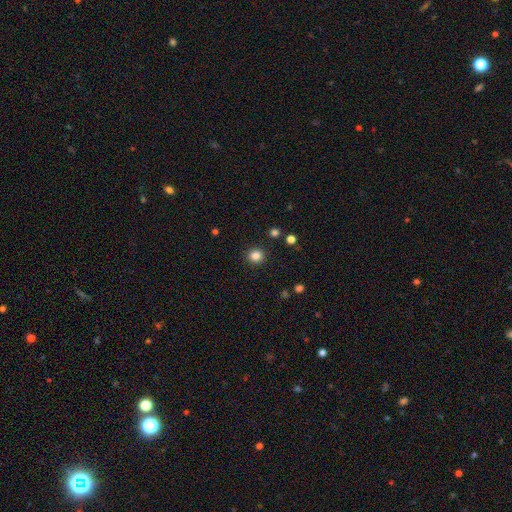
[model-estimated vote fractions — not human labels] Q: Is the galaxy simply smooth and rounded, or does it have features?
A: smooth — 85%.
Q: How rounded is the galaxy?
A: round — 87%.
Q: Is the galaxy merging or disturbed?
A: none — 90%.